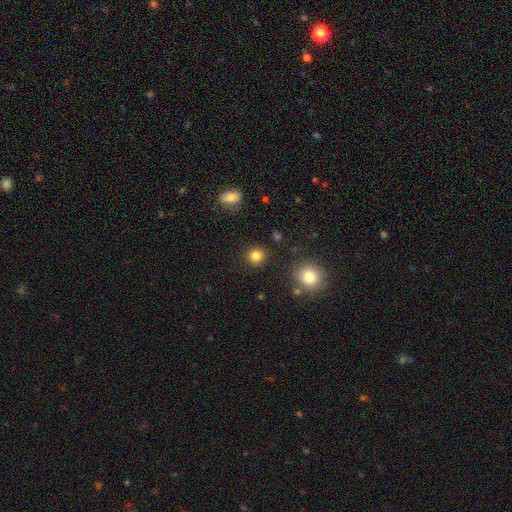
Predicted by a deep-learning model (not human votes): A smooth galaxy with no disk features (84%) that is round (88%).

Vote fractions:
- Smooth or featured? smooth: 84% / star or artifact: 11% / featured or disk: 4%
- How rounded? round: 88% / in between: 11% / cigar-shaped: 1%
- Merging? none: 89% / minor disturbance: 7% / major disturbance: 2% / merger: 2%